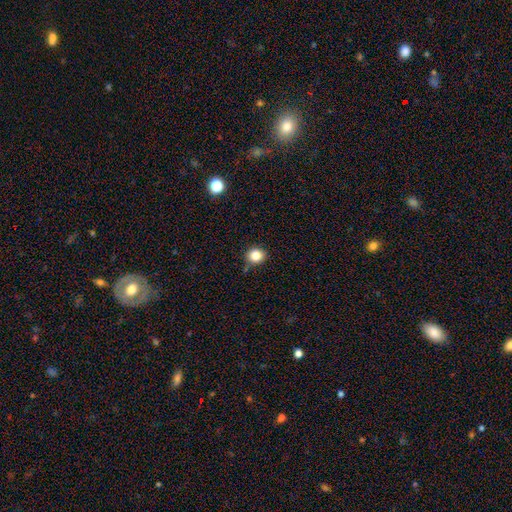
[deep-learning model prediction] This is clearly a smooth galaxy (83%). How rounded: clearly round (87%). Merging: clearly none (83%).